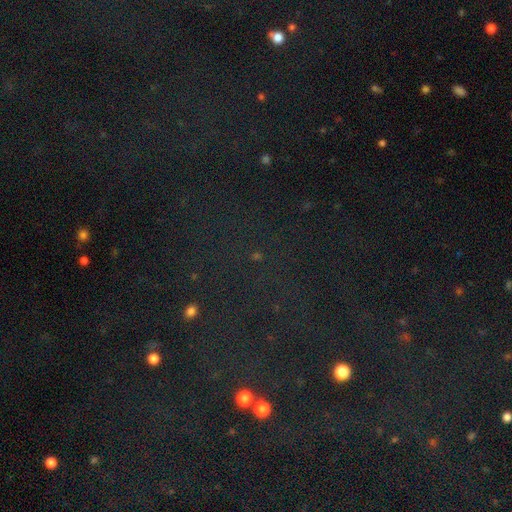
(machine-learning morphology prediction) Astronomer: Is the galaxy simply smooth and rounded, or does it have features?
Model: star or artifact — 81%.